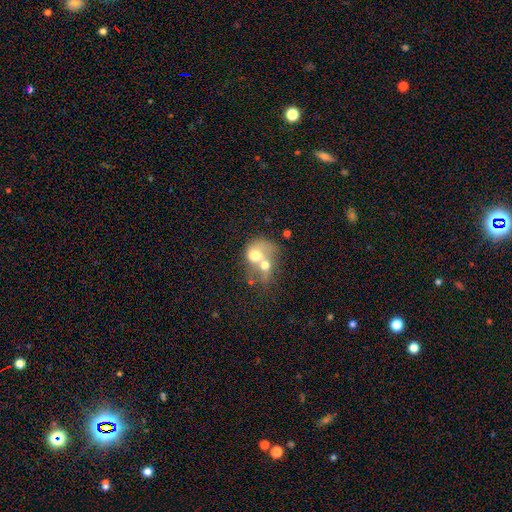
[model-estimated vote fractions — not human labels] This appears to be a smooth galaxy with no disk features (57%) that is round (52%). Merging: merger (76%).